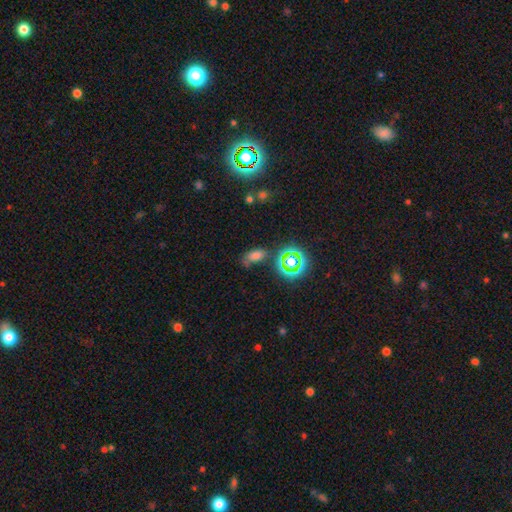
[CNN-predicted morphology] smooth_or_featured: smooth (p=0.61) [alt: star or artifact p=0.28]
how_rounded: in between (p=0.82) [alt: round p=0.11]
merging: none (p=0.60) [alt: minor disturbance p=0.21]